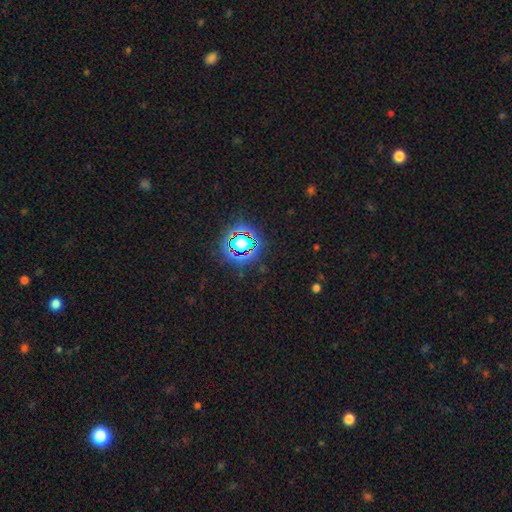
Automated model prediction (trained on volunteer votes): smooth-or-featured: star or artifact: 80% | smooth: 12% | featured or disk: 8%